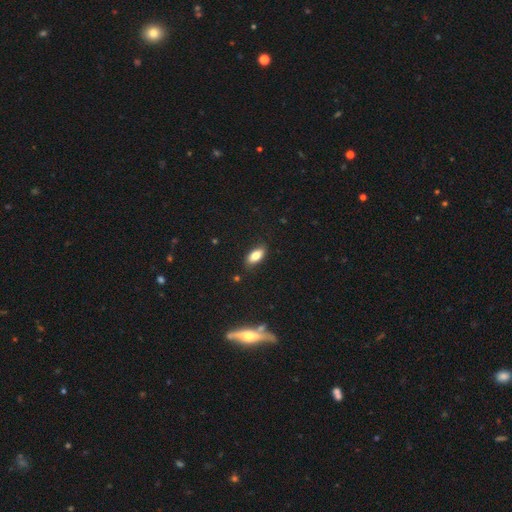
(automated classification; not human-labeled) The model was most divided on "smooth or featured": smooth: 80%, featured or disk: 11%, star or artifact: 8%. More confident: how rounded — in between (88%); merging — none (84%).